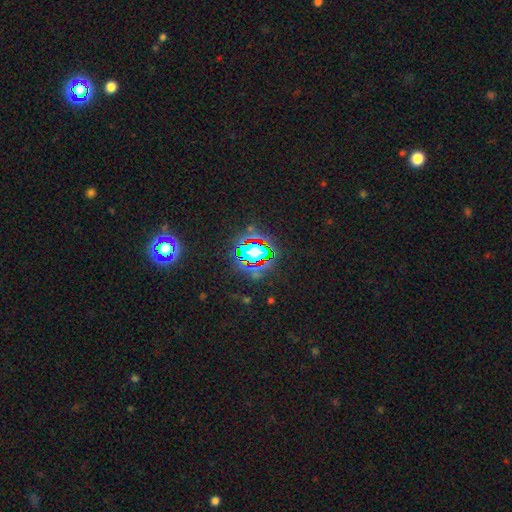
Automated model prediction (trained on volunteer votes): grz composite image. It shows a star or artifact, not a galaxy (82%).